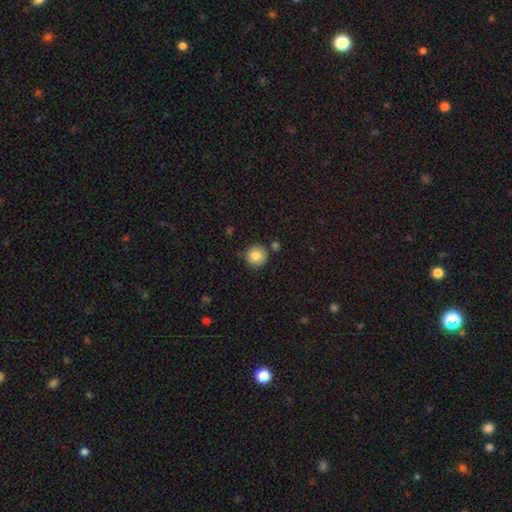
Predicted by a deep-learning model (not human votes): A smooth galaxy with no disk features (84%) that is round (94%). Merging: none (82%).